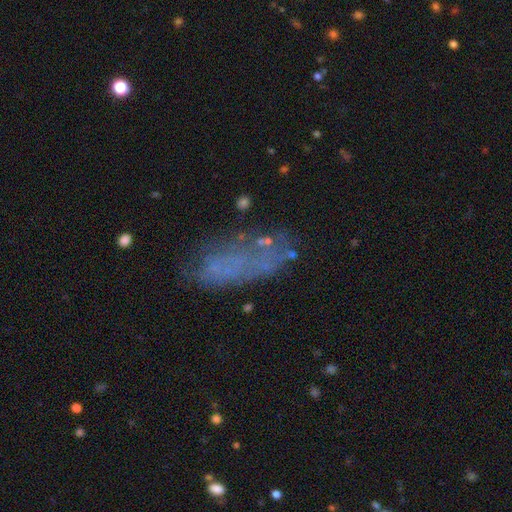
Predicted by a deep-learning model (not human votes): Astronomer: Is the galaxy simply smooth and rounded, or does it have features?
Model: smooth — 44% (runner-up: featured or disk, 36%).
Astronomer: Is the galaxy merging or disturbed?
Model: none — 55%.